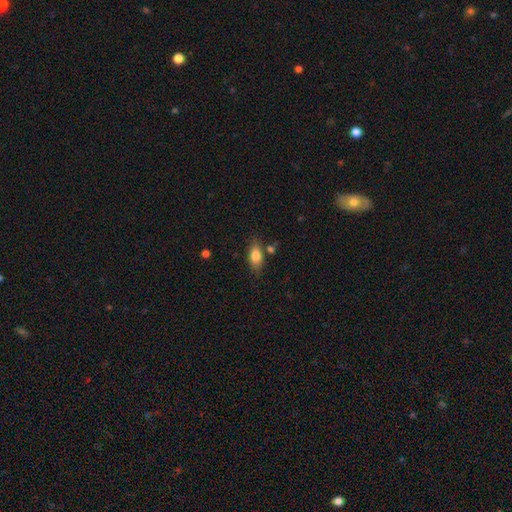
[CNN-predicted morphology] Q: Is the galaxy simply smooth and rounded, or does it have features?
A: smooth — 80%.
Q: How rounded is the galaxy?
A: in between — 83%.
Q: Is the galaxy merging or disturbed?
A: none — 75%.